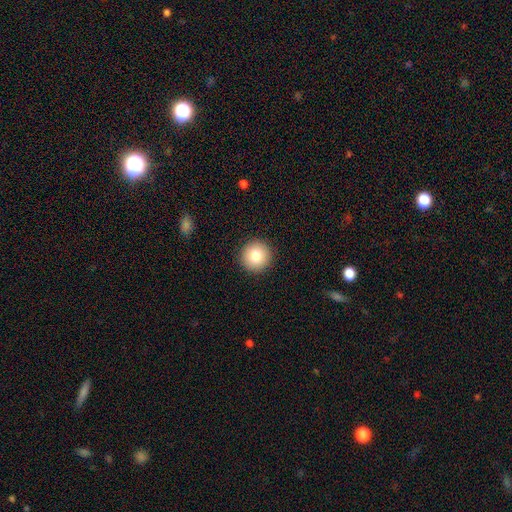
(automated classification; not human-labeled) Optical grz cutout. It shows a smooth galaxy with no disk features (82%) that is round (95%). Merging: none (92%).